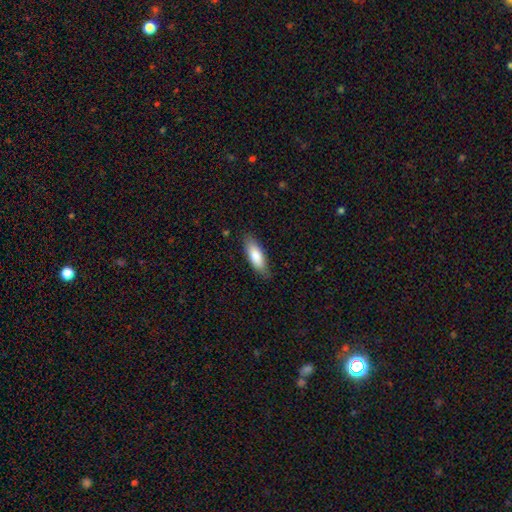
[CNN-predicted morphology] Q: Smooth or featured?
A: smooth (78%); runner-up: featured or disk (16%)
Q: How rounded?
A: in between (67%); runner-up: cigar-shaped (31%)
Q: Merging?
A: none (81%); runner-up: minor disturbance (16%)